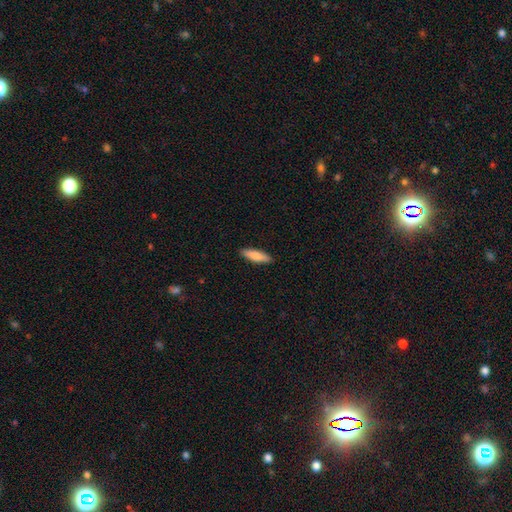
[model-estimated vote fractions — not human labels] A smooth galaxy with no disk features (83%) that is cigar-shaped (58%). Merging: none (90%).